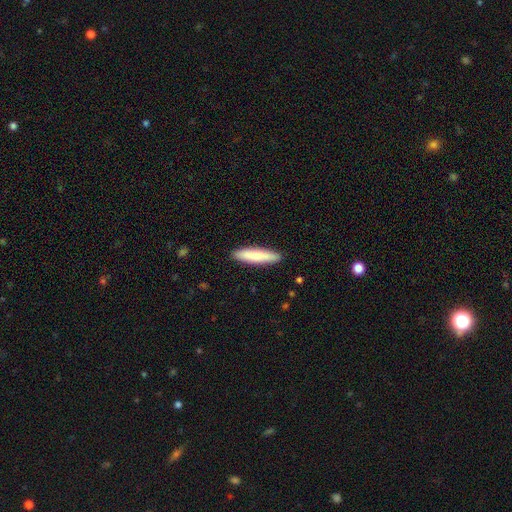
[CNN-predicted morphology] Smooth or featured?
  - smooth: 81% *
  - featured or disk: 14%
  - star or artifact: 5%
How rounded?
  - cigar-shaped: 84% *
  - in between: 15%
  - round: 1%
Merging?
  - none: 90% *
  - minor disturbance: 7%
  - major disturbance: 1%
  - merger: 1%